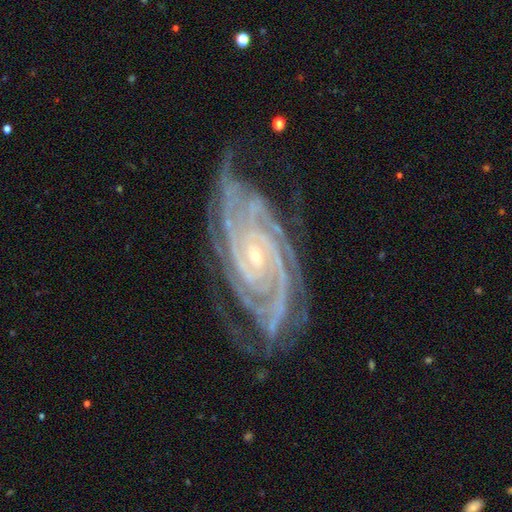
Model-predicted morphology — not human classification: smooth_or_featured: featured or disk (p=0.92) [alt: star or artifact p=0.05]
disk_edge_on: no (p=0.97) [alt: yes p=0.03]
bar: no (p=0.64) [alt: weak p=0.22]
has_spiral_arms: yes (p=0.99) [alt: no p=0.01]
spiral_winding: tight (p=0.79) [alt: medium p=0.18]
spiral_arm_count: 2 (p=0.28) [alt: 3 p=0.22]
bulge_size: small (p=0.82) [alt: moderate p=0.14]
merging: none (p=0.71) [alt: minor disturbance p=0.20]